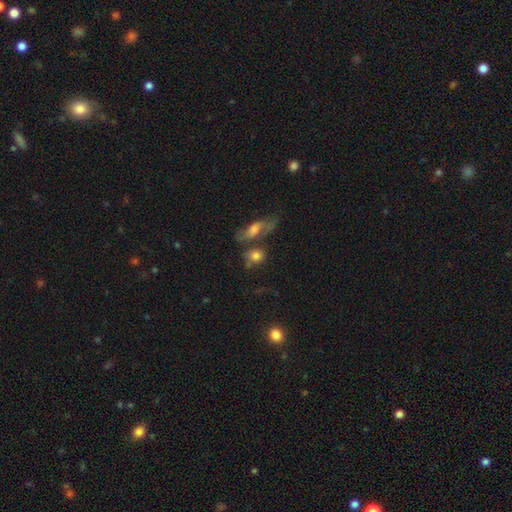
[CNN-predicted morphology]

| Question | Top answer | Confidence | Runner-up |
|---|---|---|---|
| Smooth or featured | smooth | 70% | featured or disk (18%) |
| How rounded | round | 62% | in between (34%) |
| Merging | none | 47% | merger (26%) |